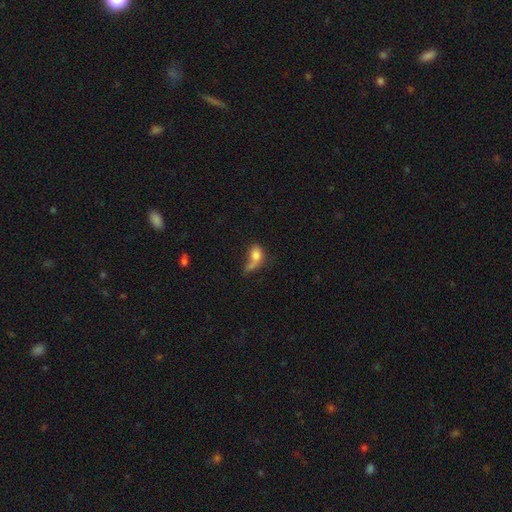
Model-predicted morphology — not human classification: Smooth or featured? Predicted: smooth (p=0.74). How rounded? Predicted: in between (p=0.67). Merging? Predicted: merger (p=0.31).